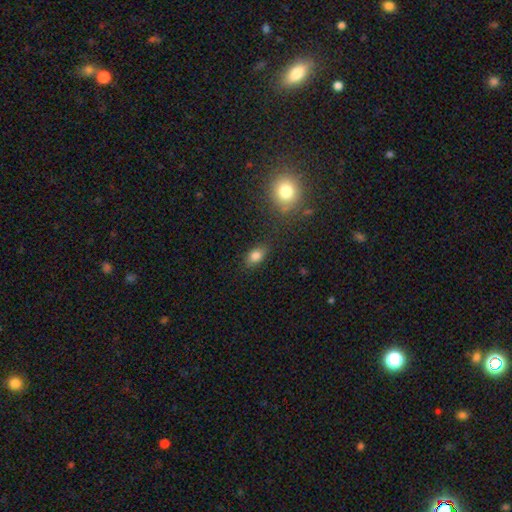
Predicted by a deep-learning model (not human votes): A smooth galaxy with no disk features (81%) that is in between round and cigar-shaped (80%). Merging: none (79%).